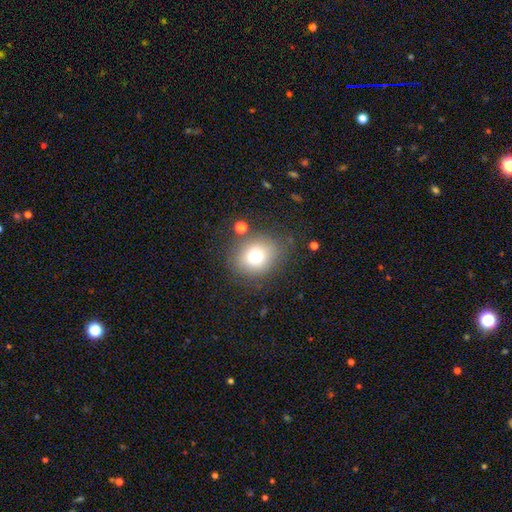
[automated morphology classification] smooth_or_featured: smooth (p=0.74) [alt: featured or disk p=0.13]
how_rounded: round (p=0.69) [alt: in between p=0.30]
merging: none (p=0.76) [alt: minor disturbance p=0.14]